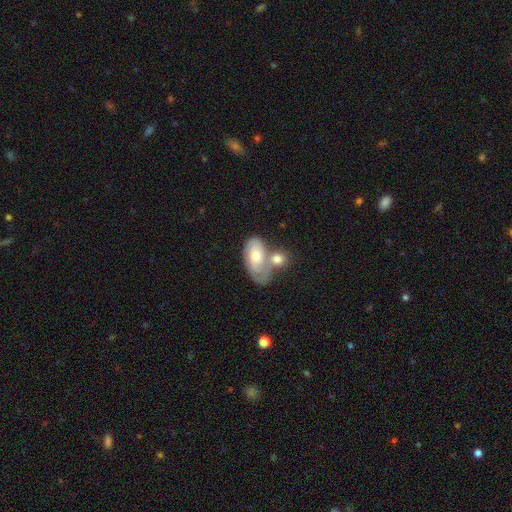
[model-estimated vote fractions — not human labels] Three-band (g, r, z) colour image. It shows a featured or disk galaxy (48%). Merging: merger (51%).